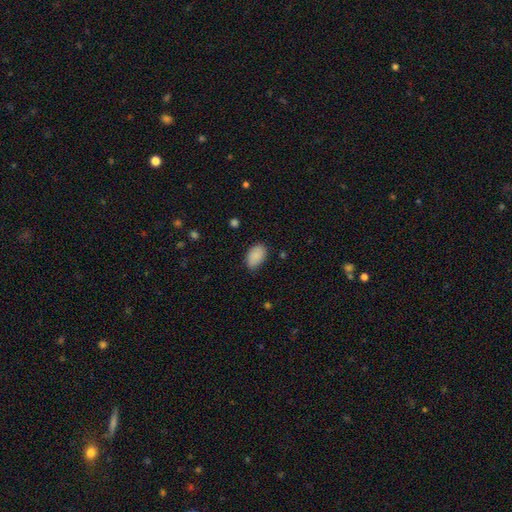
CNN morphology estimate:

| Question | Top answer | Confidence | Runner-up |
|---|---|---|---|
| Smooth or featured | smooth | 89% | star or artifact (7%) |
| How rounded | in between | 92% | round (7%) |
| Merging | none | 80% | minor disturbance (16%) |